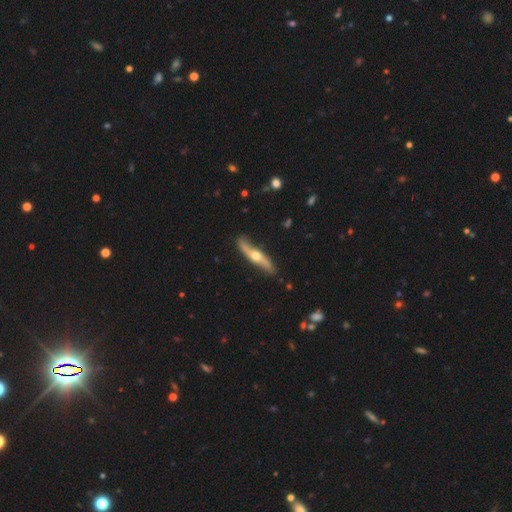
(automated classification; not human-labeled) Overall: featured or disk (70%). Edge-on disk: yes (74%). Edge-on bulge: rounded (92%). Merging: none (83%).